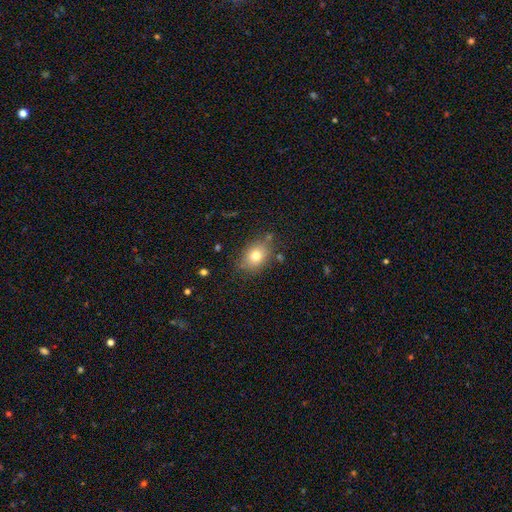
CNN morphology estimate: This is likely a smooth galaxy (77%). How rounded: likely in between (69%). Merging: likely none (77%).